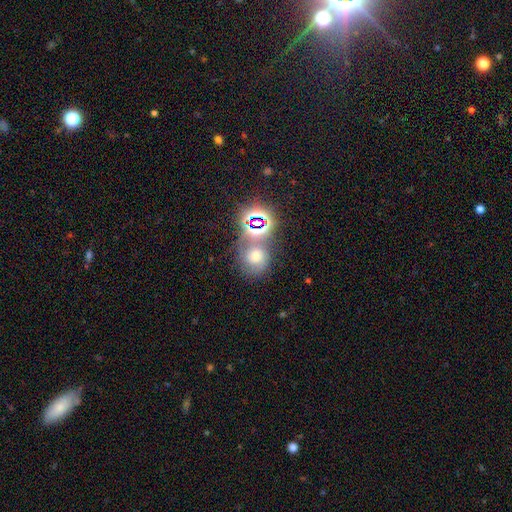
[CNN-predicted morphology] Smooth or featured: star or artifact — 37% (smooth — 34%)